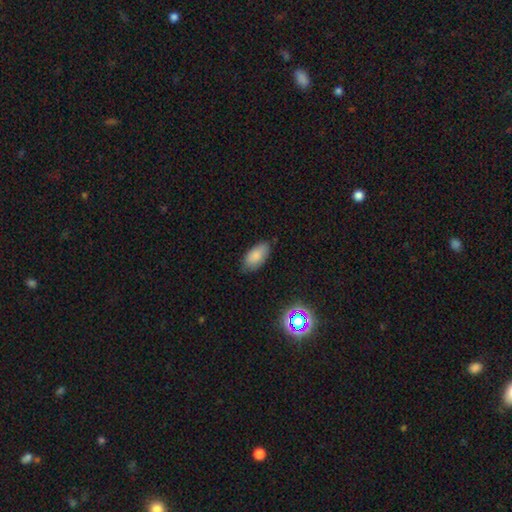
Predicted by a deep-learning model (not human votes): A smooth galaxy with no disk features (83%) that is in between round and cigar-shaped (93%).

Vote fractions:
- Smooth or featured? smooth: 83% / star or artifact: 9% / featured or disk: 8%
- How rounded? in between: 93% / cigar-shaped: 5% / round: 3%
- Merging? none: 79% / minor disturbance: 17% / major disturbance: 3% / merger: 1%